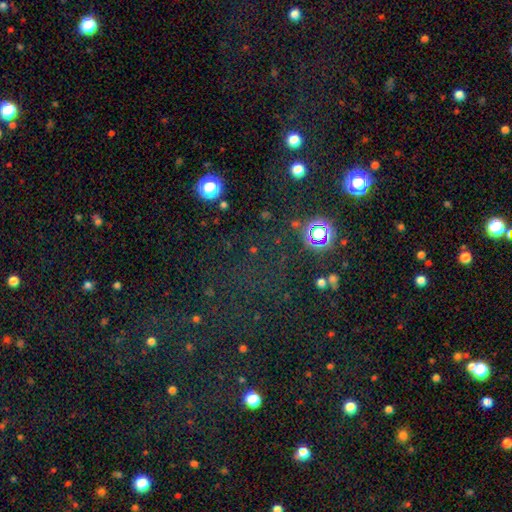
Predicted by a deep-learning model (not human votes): A star or artifact, not a galaxy (65%).

Vote fractions:
- Smooth or featured? star or artifact: 65% / smooth: 25% / featured or disk: 10%